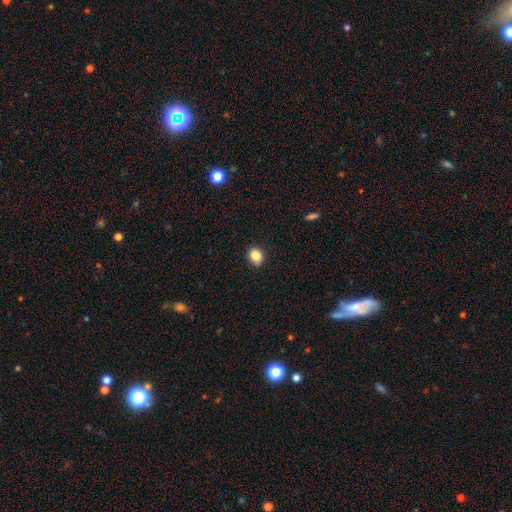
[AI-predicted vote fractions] smooth_or_featured: smooth (p=0.84) [alt: star or artifact p=0.10]
how_rounded: round (p=0.67) [alt: in between p=0.32]
merging: none (p=0.87) [alt: minor disturbance p=0.10]